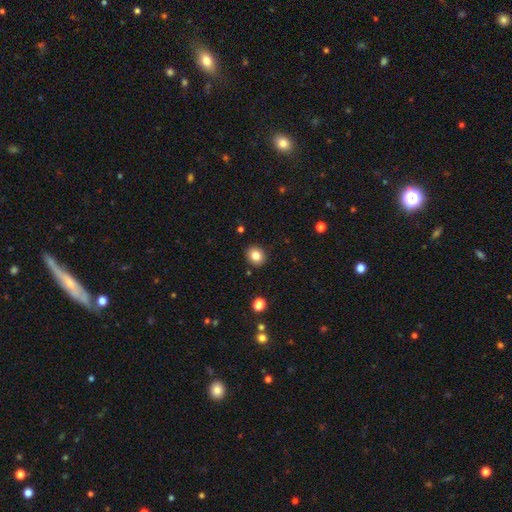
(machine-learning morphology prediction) Overall: smooth (82%). How rounded: round (66%; in between 34%). Merging: none (90%).